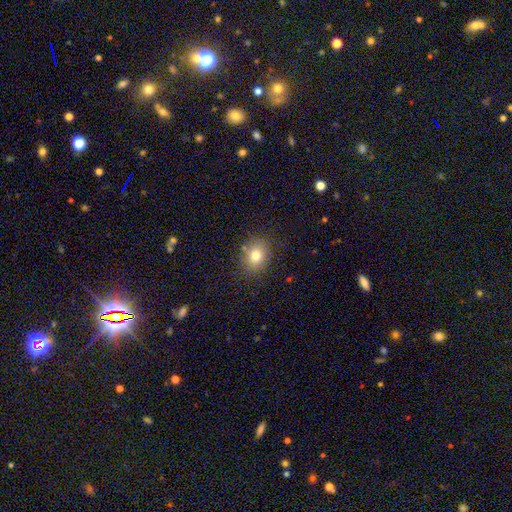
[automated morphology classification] Smooth or featured: smooth — 78% (star or artifact — 11%)
How rounded: round — 52% (in between — 47%)
Merging: none — 83% (minor disturbance — 12%)